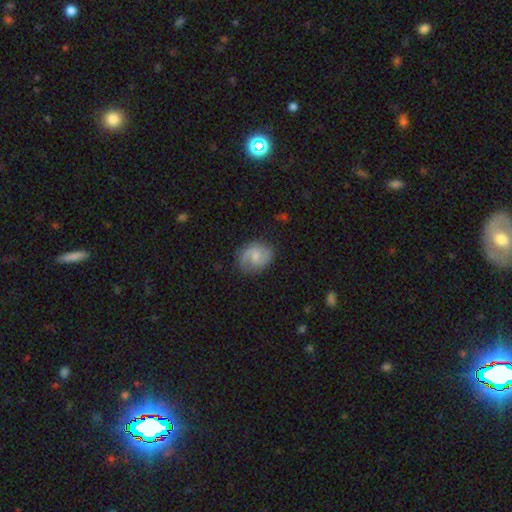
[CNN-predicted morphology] type=featured or disk (67%); edge-on=no (98%); bar=weak (52%); spiral arms=yes (92%); winding=medium (49%); arm count=2 (82%); bulge=small (50%); merging=none (76%).